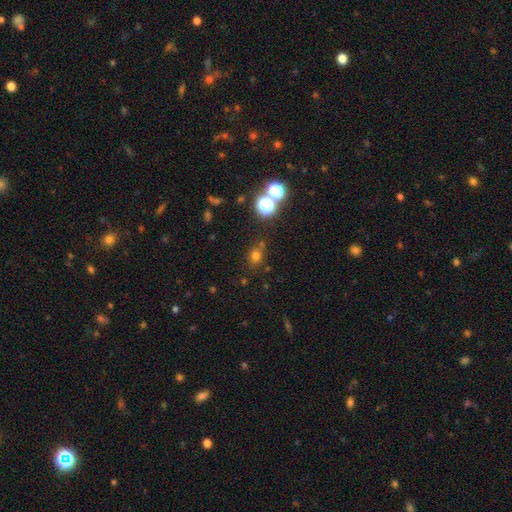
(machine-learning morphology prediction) Smooth or featured? Predicted: smooth (p=0.68). How rounded? Predicted: round (p=0.69). Merging? Predicted: none (p=0.72).